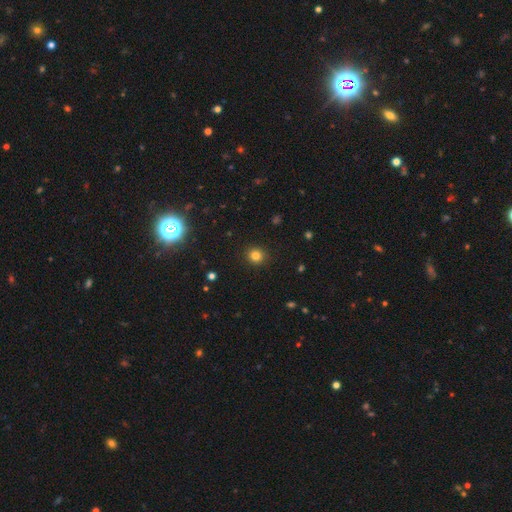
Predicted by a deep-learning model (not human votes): A smooth galaxy with no disk features (81%) that is round (90%).

Vote fractions:
- Smooth or featured? smooth: 81% / star or artifact: 14% / featured or disk: 5%
- How rounded? round: 90% / in between: 9% / cigar-shaped: 1%
- Merging? none: 91% / minor disturbance: 6% / major disturbance: 2% / merger: 1%